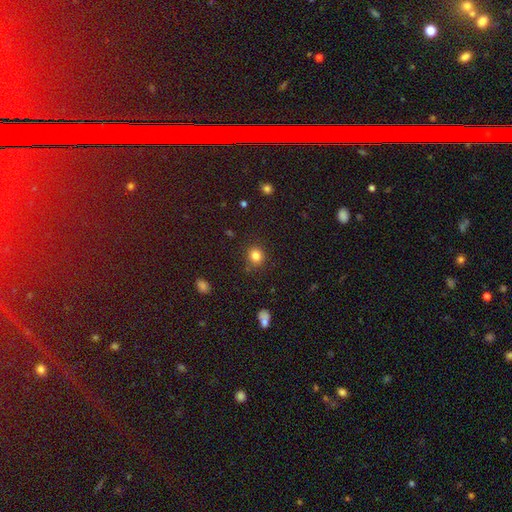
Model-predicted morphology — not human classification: The model was most divided on "how rounded": round: 84%, in between: 15%, cigar-shaped: 1%. More confident: merging — none (86%); smooth or featured — smooth (82%).